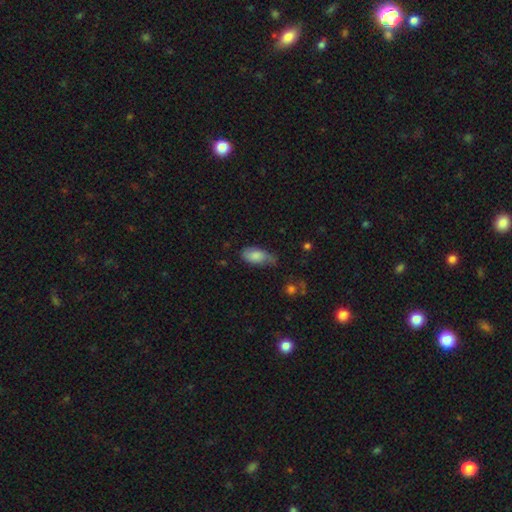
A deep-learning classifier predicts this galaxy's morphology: Smooth or featured? Predicted: smooth (p=0.78). How rounded? Predicted: in between (p=0.91). Merging? Predicted: none (p=0.49).